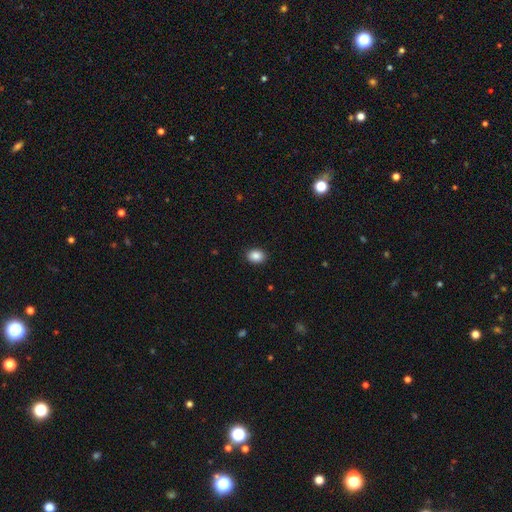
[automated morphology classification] Smooth or featured? Predicted: smooth (p=0.88). How rounded? Predicted: in between (p=0.66). Merging? Predicted: none (p=0.91).